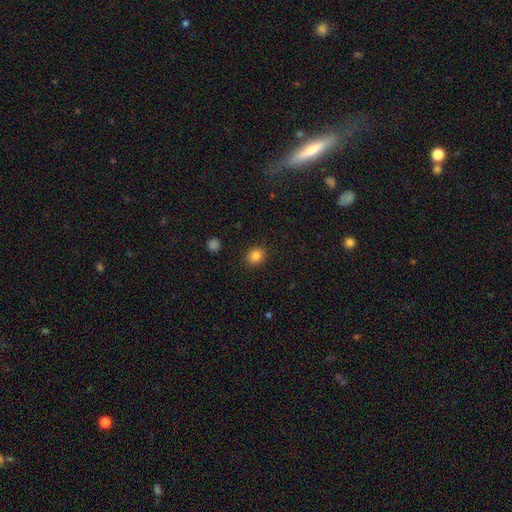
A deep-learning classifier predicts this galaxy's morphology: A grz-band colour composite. It shows a smooth galaxy with no disk features (83%) that is round (69%). Merging: none (90%).